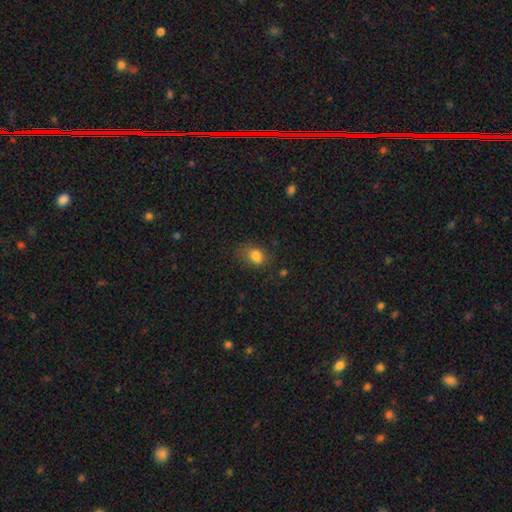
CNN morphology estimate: Smooth or featured?
  - smooth: 81% *
  - star or artifact: 12%
  - featured or disk: 7%
How rounded?
  - in between: 61% *
  - round: 38%
  - cigar-shaped: 1%
Merging?
  - none: 66% *
  - minor disturbance: 23%
  - major disturbance: 8%
  - merger: 4%